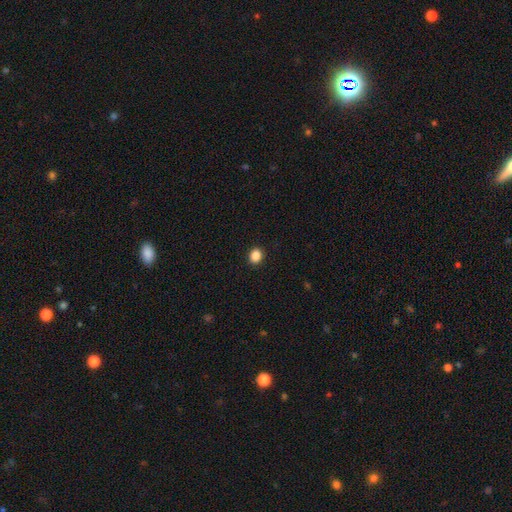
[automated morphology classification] Smooth or featured: smooth — 87% (star or artifact — 10%)
How rounded: round — 62% (in between — 37%)
Merging: none — 92% (minor disturbance — 6%)